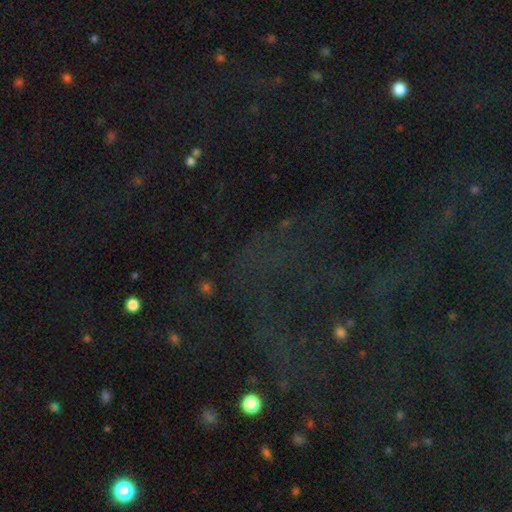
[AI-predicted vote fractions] This appears to be a star or artifact, not a galaxy (75%).